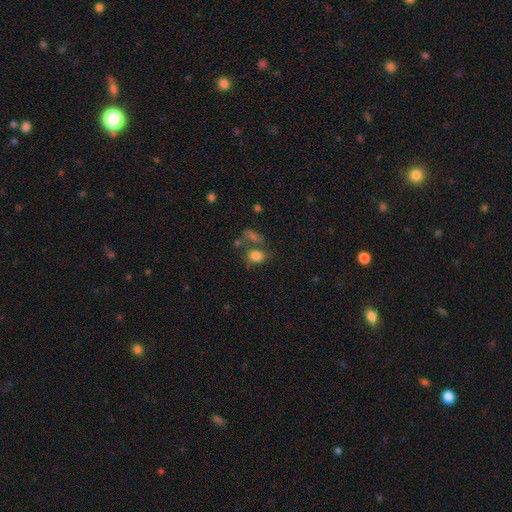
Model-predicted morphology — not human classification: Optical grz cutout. It shows a smooth galaxy with no disk features (78%) that is in between round and cigar-shaped (57%). Merging: none (48%).